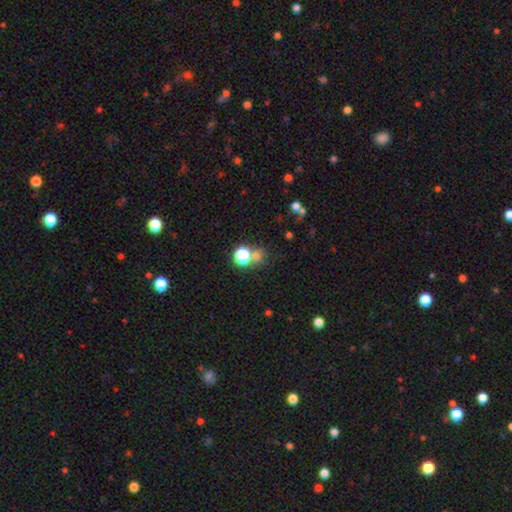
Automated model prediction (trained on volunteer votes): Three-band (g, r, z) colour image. It shows a smooth galaxy with no disk features (59%) that is round (82%). Merging: none (63%).